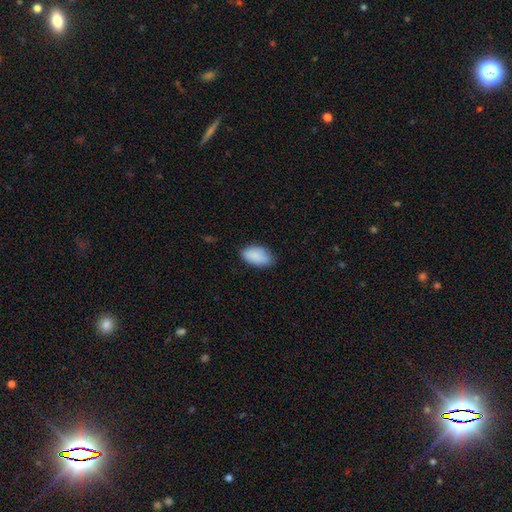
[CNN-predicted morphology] smooth-or-featured: smooth: 89% | star or artifact: 6% | featured or disk: 5%
  how-rounded: in between: 94% | round: 4% | cigar-shaped: 2%
  merging: none: 78% | minor disturbance: 18% | major disturbance: 3% | merger: 1%